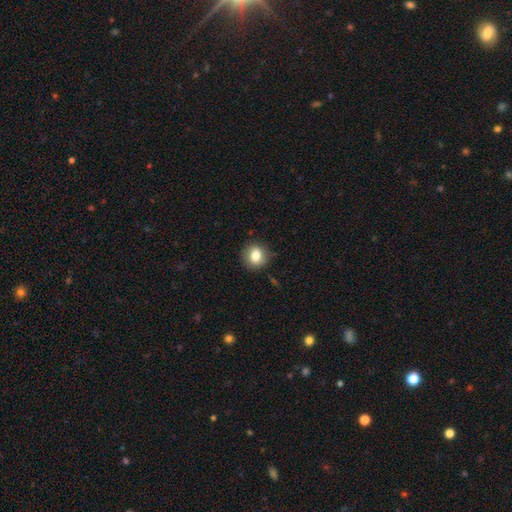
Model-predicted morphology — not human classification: type=smooth (81%); roundness=round (77%); merging=none (84%).